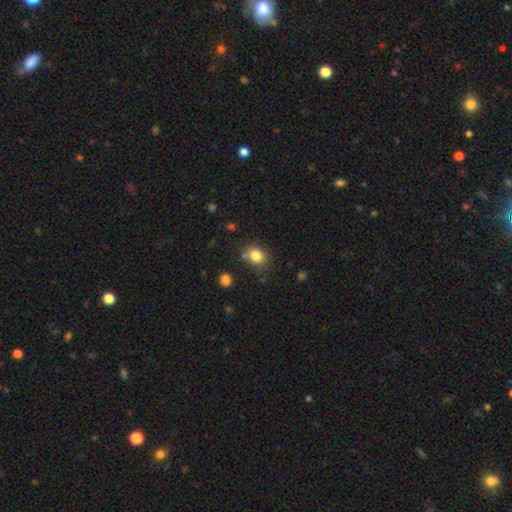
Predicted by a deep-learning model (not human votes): Smooth or featured? Predicted: smooth (p=0.82). How rounded? Predicted: round (p=0.59). Merging? Predicted: none (p=0.72).